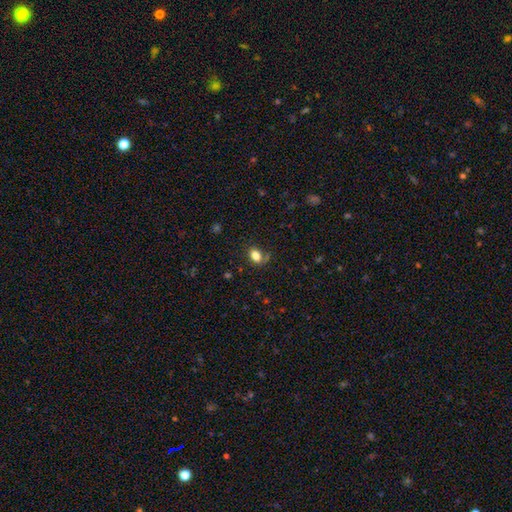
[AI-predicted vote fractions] Q: Smooth or featured?
A: smooth (82%); runner-up: star or artifact (11%)
Q: How rounded?
A: in between (74%); runner-up: round (25%)
Q: Merging?
A: none (72%); runner-up: minor disturbance (18%)